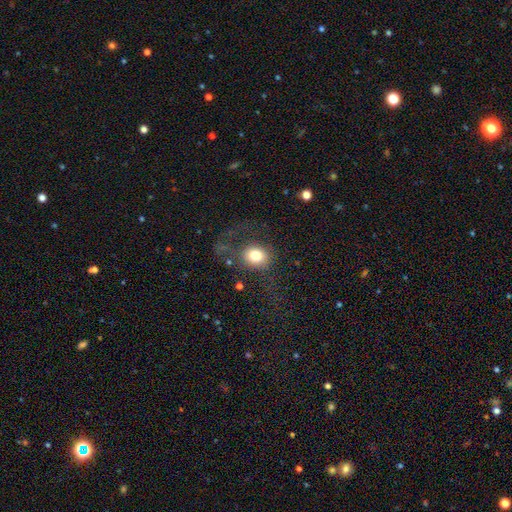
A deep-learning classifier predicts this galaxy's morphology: The model was most divided on "merging": none: 51%, major disturbance: 31%, minor disturbance: 15%, merger: 3%. More confident: smooth or featured — smooth (76%); how rounded — round (66%).